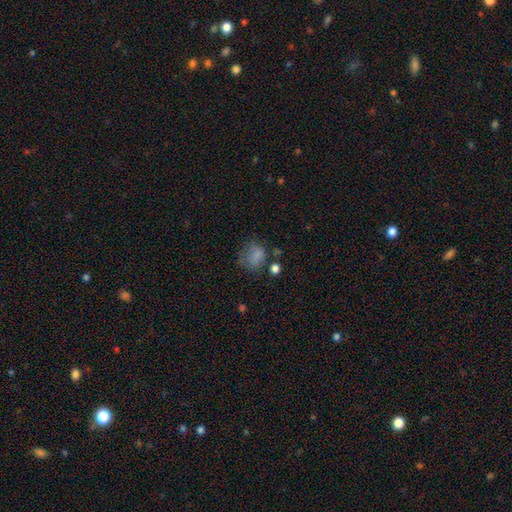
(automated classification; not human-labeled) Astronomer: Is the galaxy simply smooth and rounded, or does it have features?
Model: smooth — 74%.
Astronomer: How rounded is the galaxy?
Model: round — 57% (runner-up: in between, 42%).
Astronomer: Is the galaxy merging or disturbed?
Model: none — 48% (runner-up: minor disturbance, 26%).